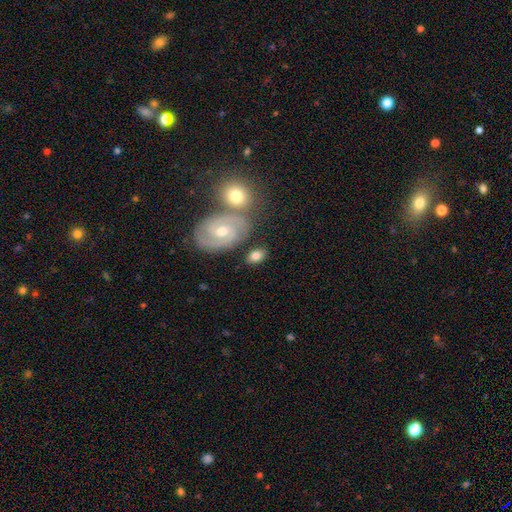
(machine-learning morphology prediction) This appears to be a smooth galaxy with no disk features (60%) that is in between round and cigar-shaped (85%). Merging: none (72%).